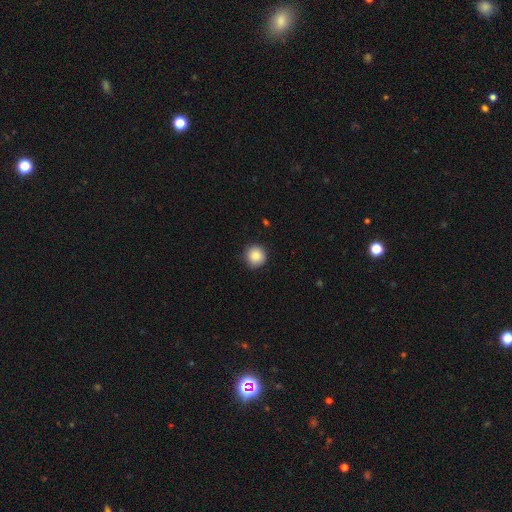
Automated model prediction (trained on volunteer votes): Smooth or featured? smooth (87%)
How rounded? round (94%)
Merging? none (89%)